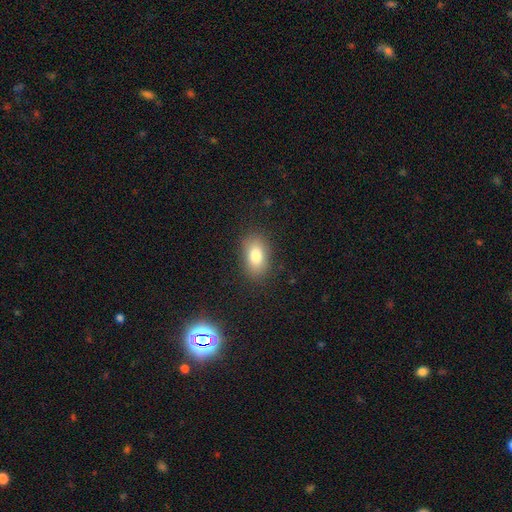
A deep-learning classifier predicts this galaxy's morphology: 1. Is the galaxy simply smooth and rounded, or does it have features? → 80% smooth, 11% featured or disk, 9% star or artifact.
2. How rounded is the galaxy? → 87% in between, 11% round, 2% cigar-shaped.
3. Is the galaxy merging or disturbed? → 84% none, 12% minor disturbance, 4% major disturbance, 1% merger.